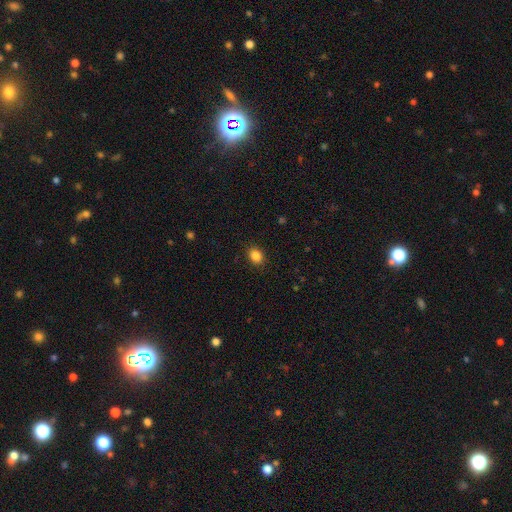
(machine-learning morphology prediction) Smooth or featured: smooth — 86% (star or artifact — 10%)
How rounded: in between — 55% (round — 44%)
Merging: none — 89% (minor disturbance — 8%)